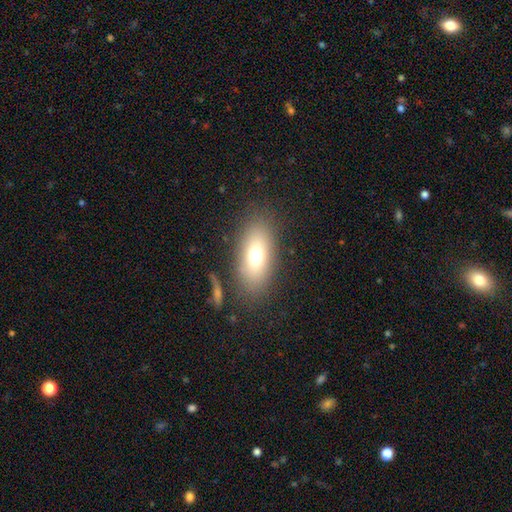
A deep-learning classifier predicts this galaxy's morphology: Q: Smooth or featured?
A: smooth (70%); runner-up: featured or disk (19%)
Q: How rounded?
A: in between (83%); runner-up: round (9%)
Q: Merging?
A: none (81%); runner-up: minor disturbance (10%)